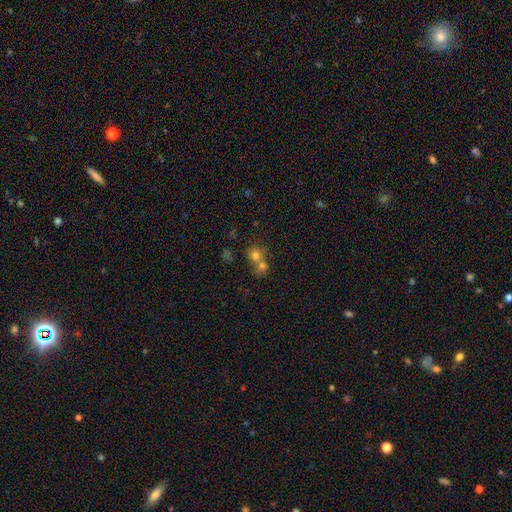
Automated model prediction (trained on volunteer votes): smooth_or_featured: smooth (p=0.69) [alt: star or artifact p=0.17]
how_rounded: round (p=0.81) [alt: in between p=0.18]
merging: merger (p=0.55) [alt: none p=0.36]